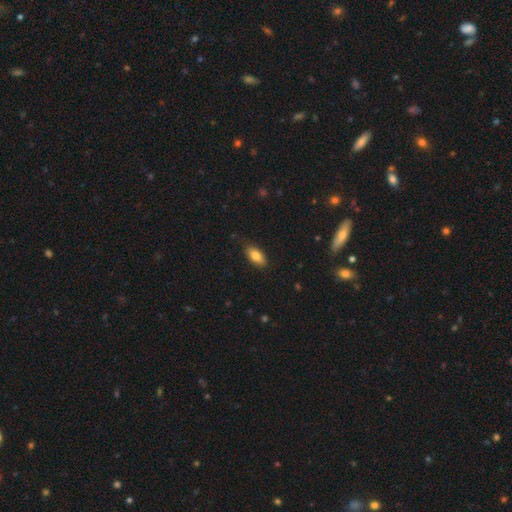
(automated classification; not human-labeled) A smooth galaxy with no disk features (81%) that is in between round and cigar-shaped (88%).

Vote fractions:
- Smooth or featured? smooth: 81% / featured or disk: 12% / star or artifact: 7%
- How rounded? in between: 88% / cigar-shaped: 9% / round: 3%
- Merging? none: 80% / minor disturbance: 16% / major disturbance: 3% / merger: 1%